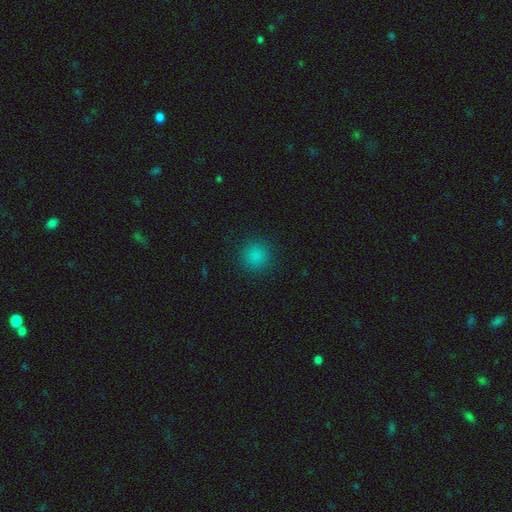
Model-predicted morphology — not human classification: Smooth or featured? smooth (82%)
How rounded? round (93%)
Merging? none (90%)